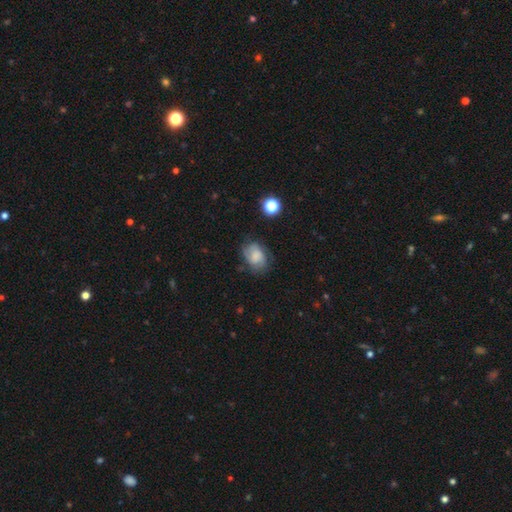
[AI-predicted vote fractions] Morphology: type=smooth (59%); roundness=in between (69%); merging=none (61%).